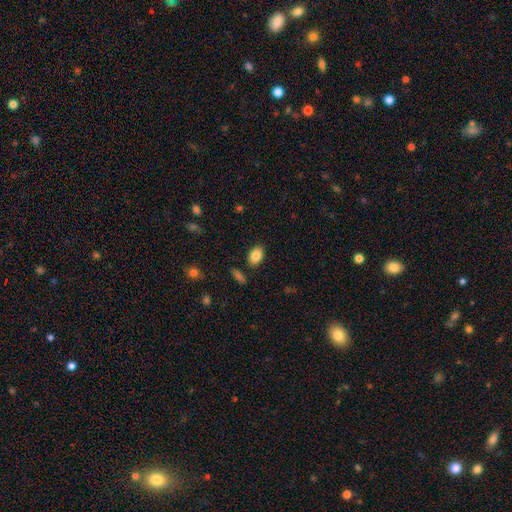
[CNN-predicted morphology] Overall: smooth (86%). How rounded: in between (82%). Merging: none (85%).